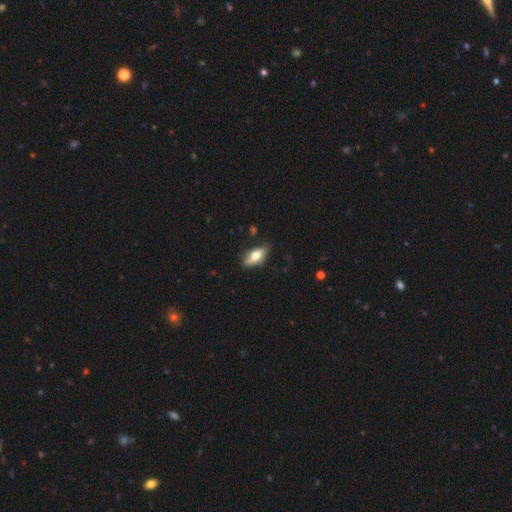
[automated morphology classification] type=smooth (70%); roundness=in between (83%); merging=none (73%).